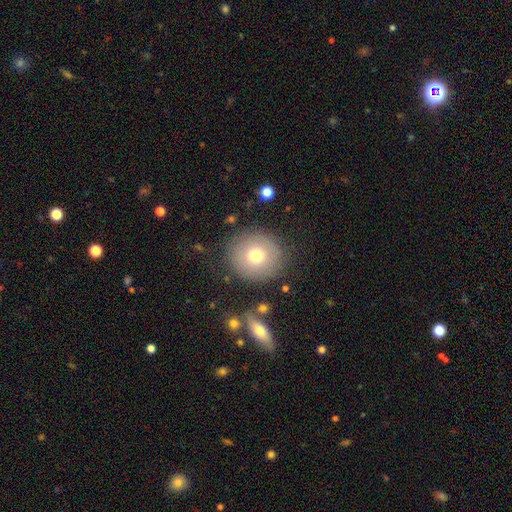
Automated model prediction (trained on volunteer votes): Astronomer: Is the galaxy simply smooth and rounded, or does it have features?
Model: smooth — 70%.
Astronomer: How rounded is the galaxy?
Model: round — 88%.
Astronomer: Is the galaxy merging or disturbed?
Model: none — 82%.